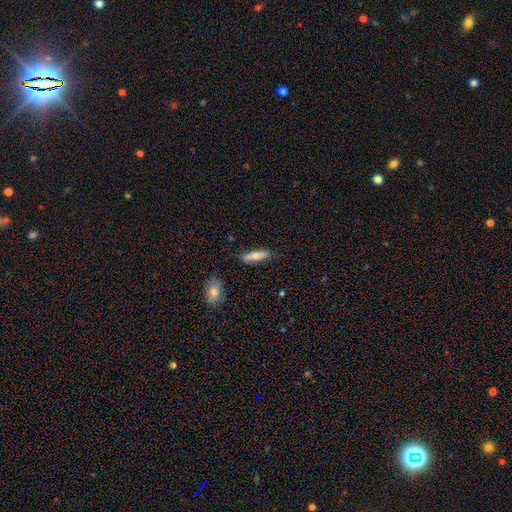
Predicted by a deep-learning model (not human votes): The model was most divided on "how rounded": cigar-shaped: 63%, in between: 35%, round: 2%. More confident: merging — none (83%); smooth or featured — smooth (65%).